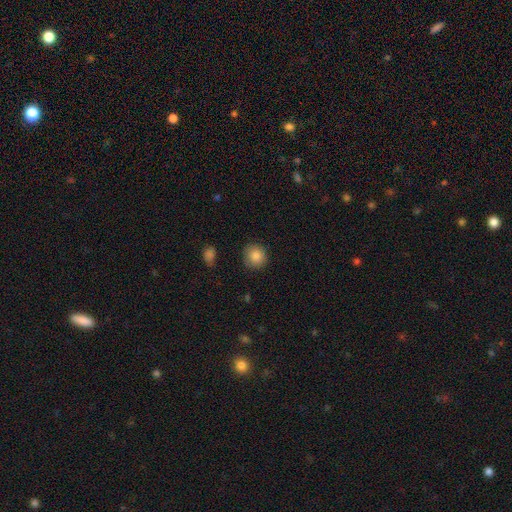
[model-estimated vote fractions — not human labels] Smooth or featured: smooth — 85% (star or artifact — 9%)
How rounded: round — 88% (in between — 11%)
Merging: none — 82% (minor disturbance — 14%)